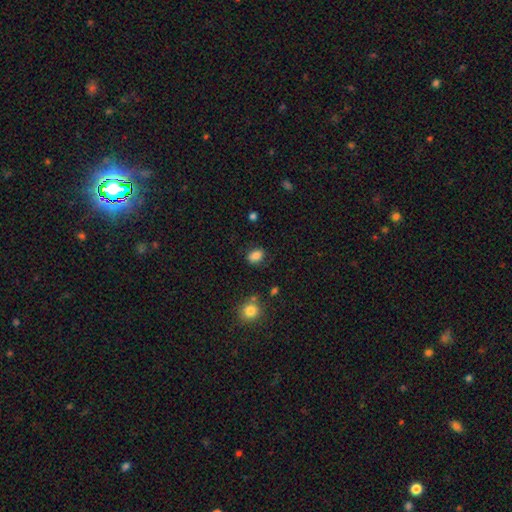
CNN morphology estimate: smooth-or-featured: smooth: 85% | star or artifact: 10% | featured or disk: 5%
  how-rounded: in between: 72% | round: 27% | cigar-shaped: 1%
  merging: none: 81% | minor disturbance: 13% | major disturbance: 4% | merger: 2%